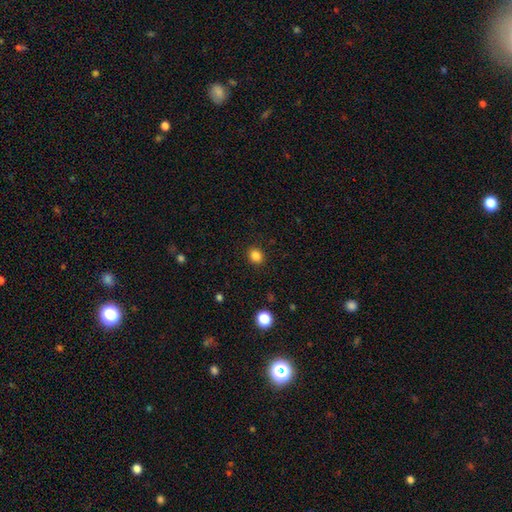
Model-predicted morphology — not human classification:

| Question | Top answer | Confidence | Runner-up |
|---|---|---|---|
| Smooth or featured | smooth | 84% | star or artifact (12%) |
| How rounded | round | 77% | in between (22%) |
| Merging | none | 91% | minor disturbance (6%) |